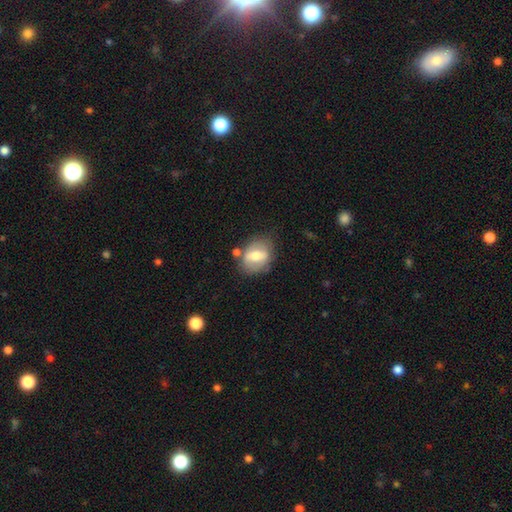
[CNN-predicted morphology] Smooth or featured? Predicted: smooth (p=0.54). How rounded? Predicted: in between (p=0.62). Merging? Predicted: none (p=0.63).